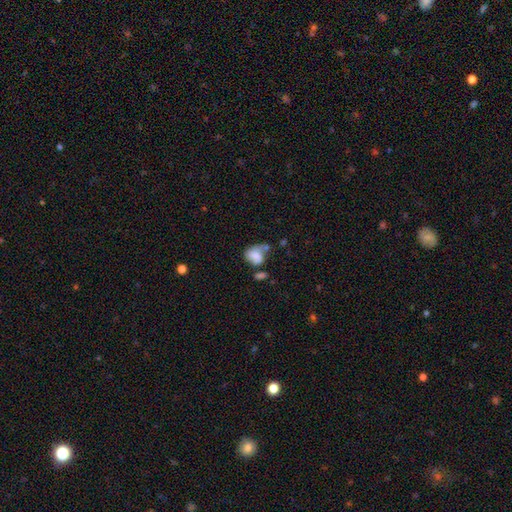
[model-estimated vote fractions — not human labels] Smooth or featured? smooth (70%)
How rounded? in between (59%)
Merging? none (31%)